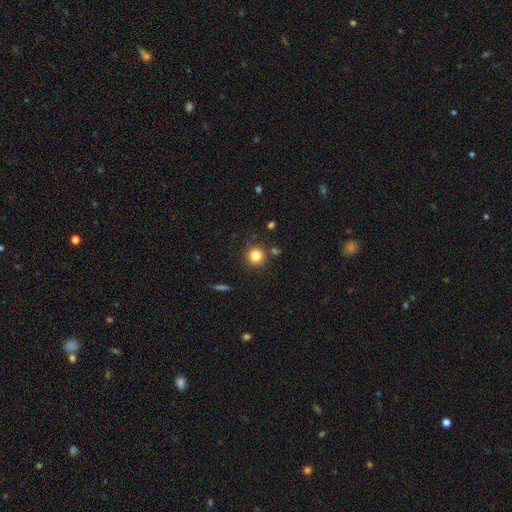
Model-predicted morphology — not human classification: type=smooth (82%); roundness=round (93%); merging=none (85%).